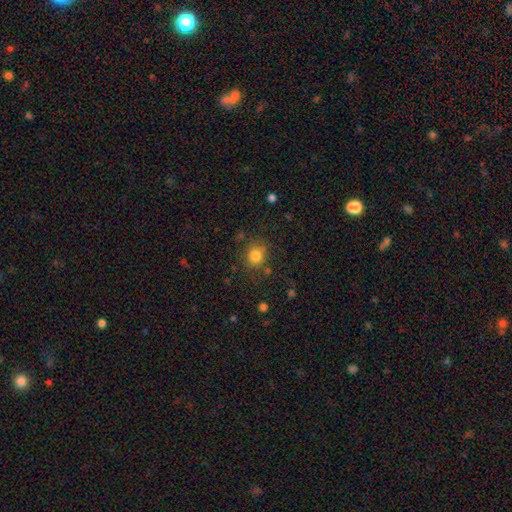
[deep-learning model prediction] This is clearly a smooth galaxy (80%). How rounded: clearly round (82%). Merging: likely none (79%).